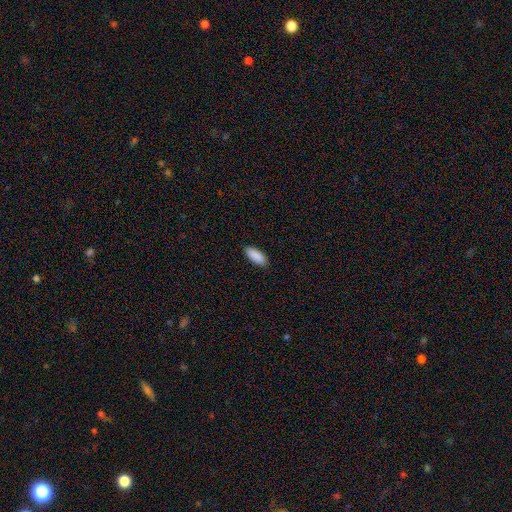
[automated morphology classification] This is clearly a smooth galaxy (91%). How rounded: likely in between (79%). Merging: clearly none (90%).